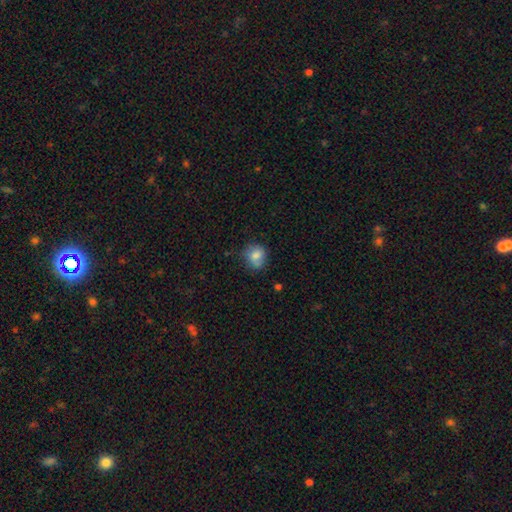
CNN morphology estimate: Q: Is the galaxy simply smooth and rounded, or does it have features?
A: smooth — 78%.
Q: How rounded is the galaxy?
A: round — 76%.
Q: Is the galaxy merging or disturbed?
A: none — 64%.